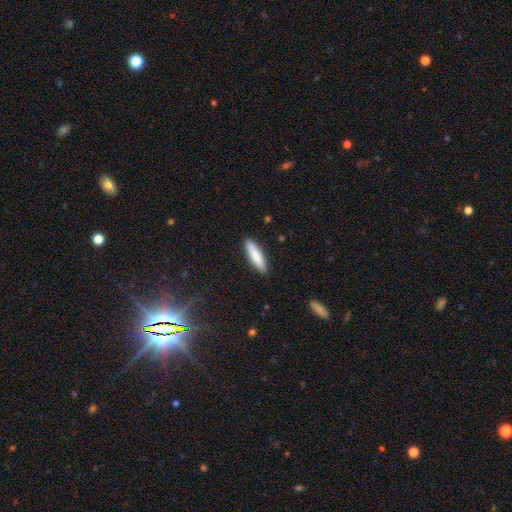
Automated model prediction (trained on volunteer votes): Overall: smooth (85%). How rounded: cigar-shaped (75%). Merging: none (89%).